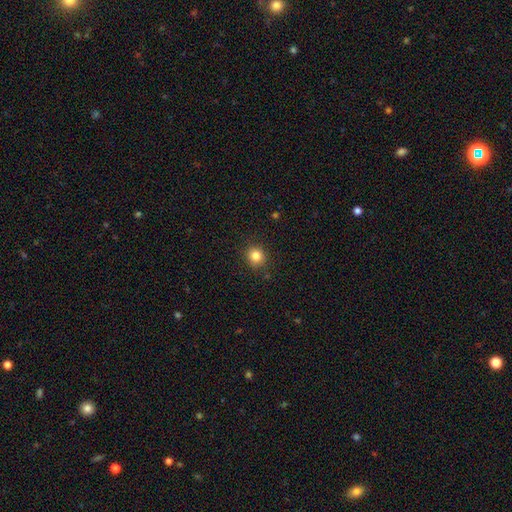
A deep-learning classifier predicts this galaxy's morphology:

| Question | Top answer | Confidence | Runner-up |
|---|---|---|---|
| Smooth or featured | smooth | 83% | star or artifact (12%) |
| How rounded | round | 87% | in between (12%) |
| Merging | none | 89% | minor disturbance (8%) |